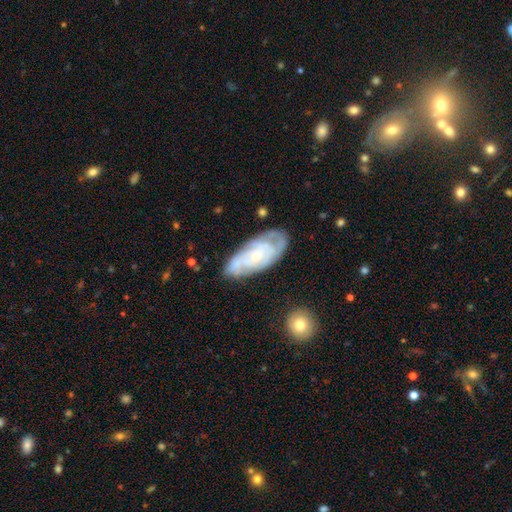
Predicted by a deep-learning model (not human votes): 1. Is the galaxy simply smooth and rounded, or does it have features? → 77% featured or disk, 17% smooth, 6% star or artifact.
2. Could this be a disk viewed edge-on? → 93% no, 7% yes.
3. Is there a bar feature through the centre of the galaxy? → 73% no, 23% weak, 5% strong.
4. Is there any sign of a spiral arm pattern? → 92% yes, 8% no.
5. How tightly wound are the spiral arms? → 66% tight, 28% medium, 6% loose.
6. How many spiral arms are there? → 40% can't tell, 27% 2, 18% 3, 8% 4, 4% 1, 4% more than 4.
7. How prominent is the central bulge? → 72% small, 22% moderate, 4% none, 2% large, 1% dominant.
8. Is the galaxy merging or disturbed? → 71% none, 21% minor disturbance, 6% major disturbance, 3% merger.